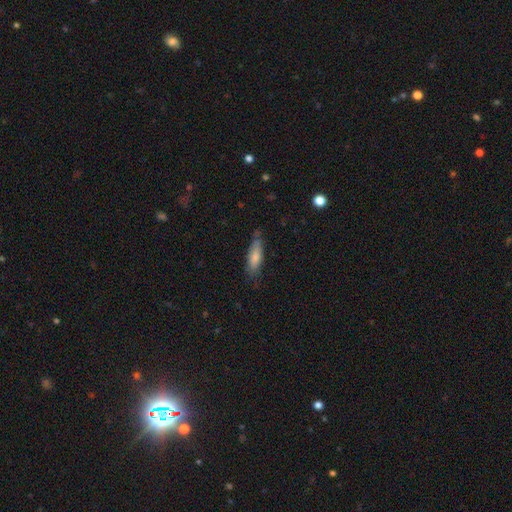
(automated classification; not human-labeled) Morphology: type=smooth (68%); roundness=cigar-shaped (62%); merging=none (72%).